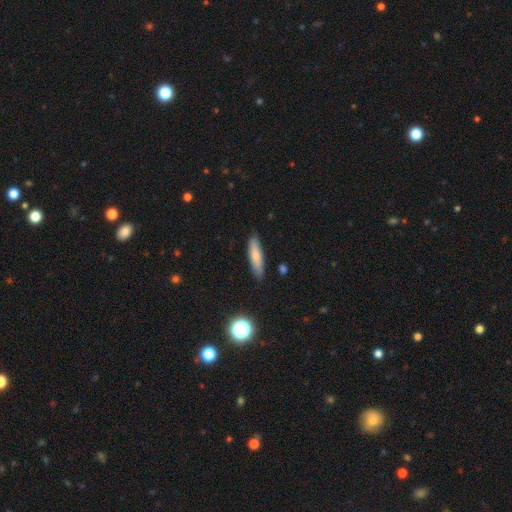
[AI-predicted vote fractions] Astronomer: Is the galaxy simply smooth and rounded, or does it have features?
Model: smooth — 73%.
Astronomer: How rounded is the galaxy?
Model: cigar-shaped — 70%.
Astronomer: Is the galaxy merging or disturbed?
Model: none — 85%.